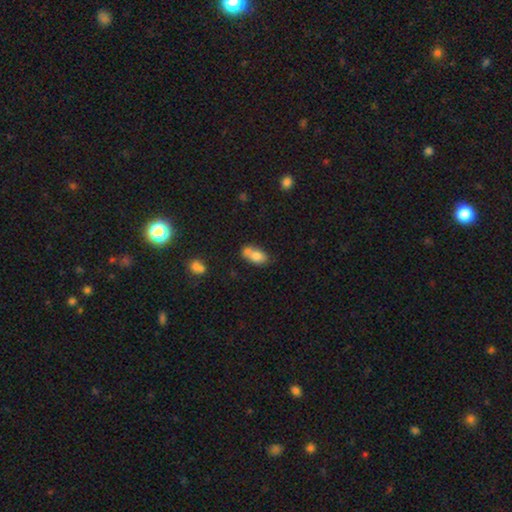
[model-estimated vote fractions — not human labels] Smooth or featured?
  - smooth: 75% *
  - featured or disk: 17%
  - star or artifact: 9%
How rounded?
  - in between: 86% *
  - round: 8%
  - cigar-shaped: 6%
Merging?
  - none: 43% *
  - merger: 33%
  - minor disturbance: 19%
  - major disturbance: 6%